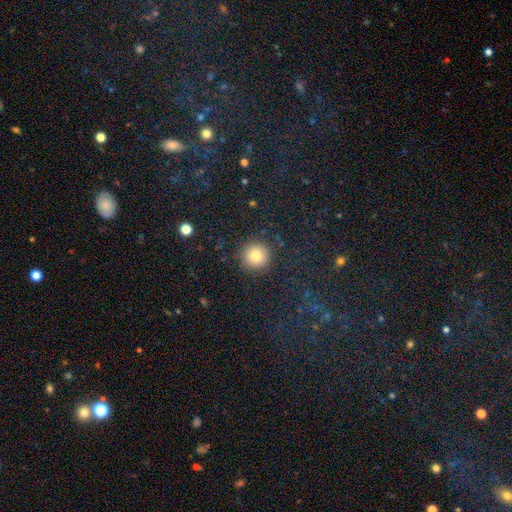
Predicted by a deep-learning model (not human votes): The model was most divided on "smooth or featured": smooth: 82%, star or artifact: 12%, featured or disk: 6%. More confident: how rounded — round (93%); merging — none (90%).